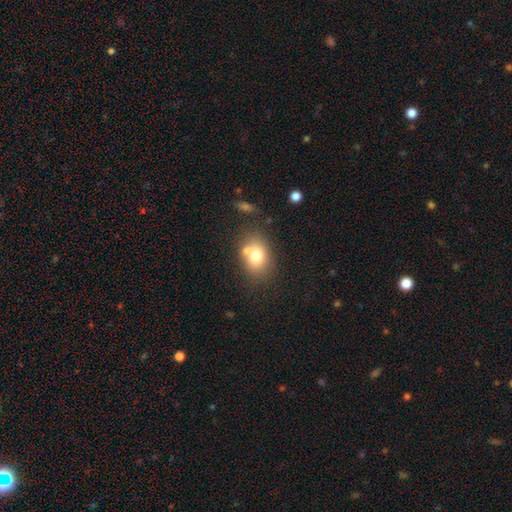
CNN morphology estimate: Q: Smooth or featured?
A: smooth (74%); runner-up: featured or disk (16%)
Q: How rounded?
A: in between (61%); runner-up: round (38%)
Q: Merging?
A: none (60%); runner-up: merger (18%)